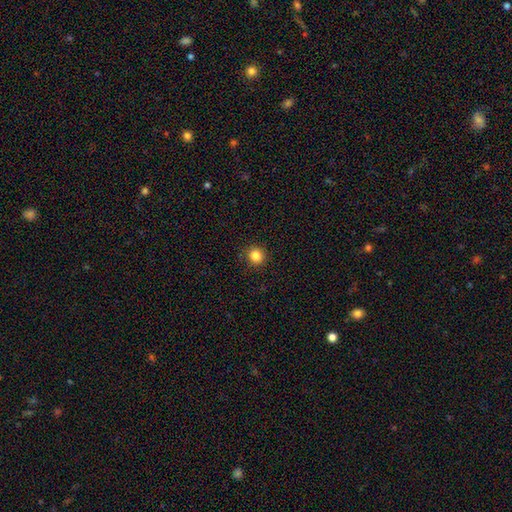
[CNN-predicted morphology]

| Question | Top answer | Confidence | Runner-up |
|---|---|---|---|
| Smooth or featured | smooth | 84% | star or artifact (11%) |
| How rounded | round | 94% | in between (5%) |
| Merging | none | 91% | minor disturbance (6%) |